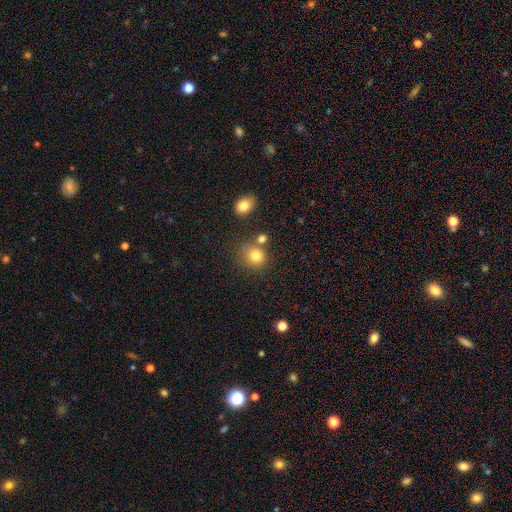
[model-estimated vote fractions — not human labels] Morphology: type=smooth (81%); roundness=round (79%); merging=none (66%).